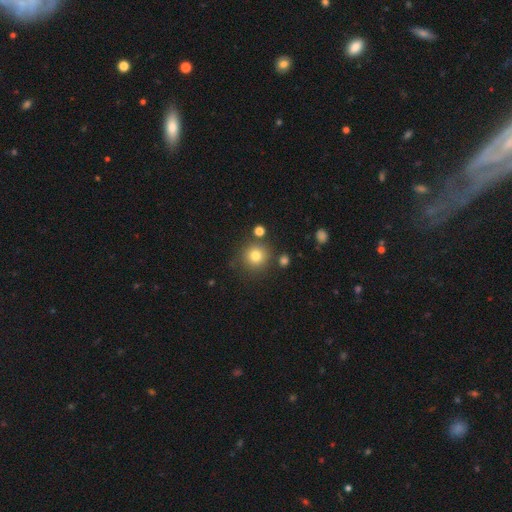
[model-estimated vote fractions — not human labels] Q: Smooth or featured?
A: smooth (79%); runner-up: star or artifact (13%)
Q: How rounded?
A: round (93%); runner-up: in between (6%)
Q: Merging?
A: none (81%); runner-up: minor disturbance (9%)